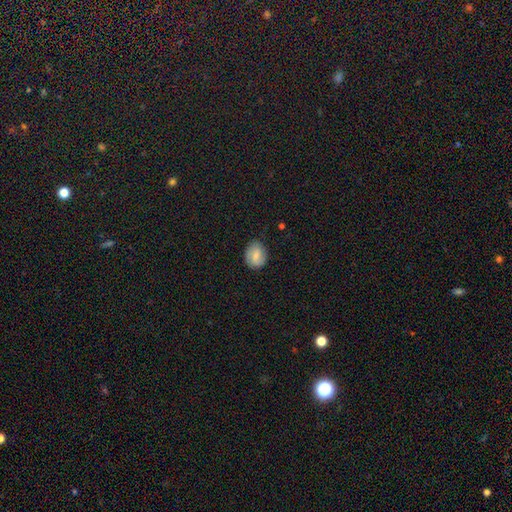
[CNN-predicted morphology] Smooth or featured? Predicted: smooth (p=0.67). How rounded? Predicted: round (p=0.55). Merging? Predicted: none (p=0.79).